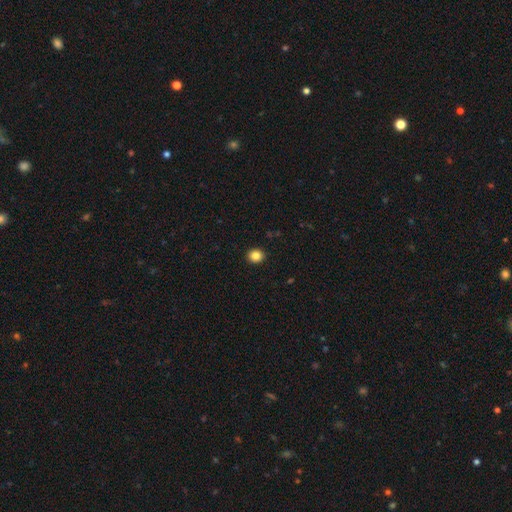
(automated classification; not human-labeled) Smooth or featured: smooth — 85% (star or artifact — 10%)
How rounded: round — 74% (in between — 25%)
Merging: none — 92% (minor disturbance — 5%)